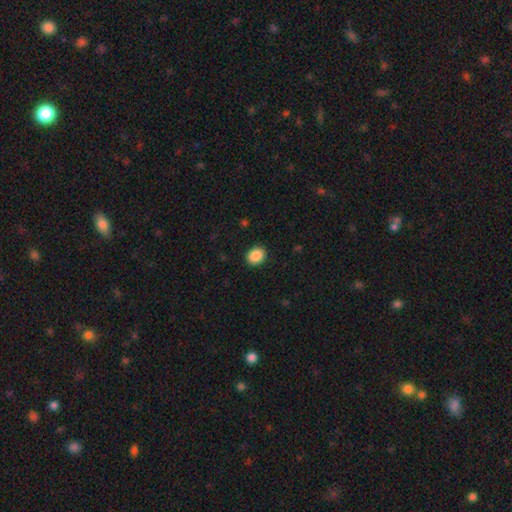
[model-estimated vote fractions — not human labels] Smooth or featured? Predicted: smooth (p=0.89). How rounded? Predicted: round (p=0.50). Merging? Predicted: none (p=0.91).